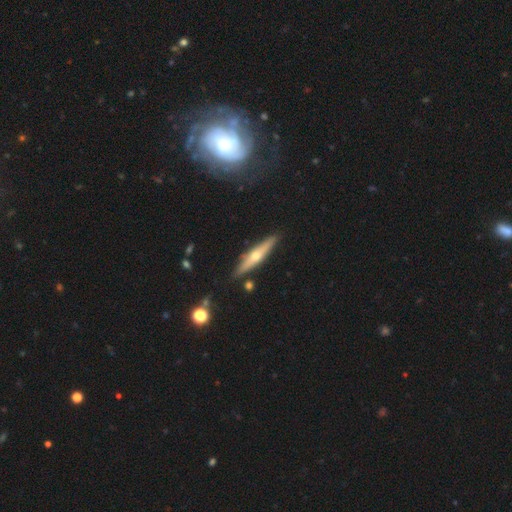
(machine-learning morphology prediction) This appears to be a featured or disk galaxy (60%) viewed edge-on (93%) with a rounded central bulge (89%). Merging: none (87%).